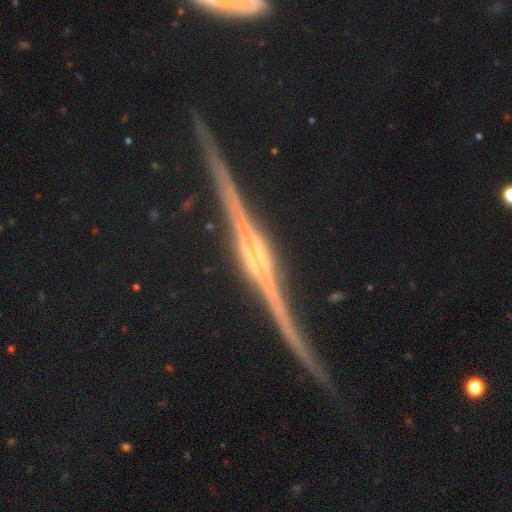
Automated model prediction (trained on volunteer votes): smooth-or-featured: featured or disk: 89% | star or artifact: 8% | smooth: 4%
  disk-edge-on: yes: 98% | no: 2%
    edge-on-bulge: rounded: 56% | boxy: 32% | none: 12%
  merging: none: 90% | minor disturbance: 7% | major disturbance: 2% | merger: 1%